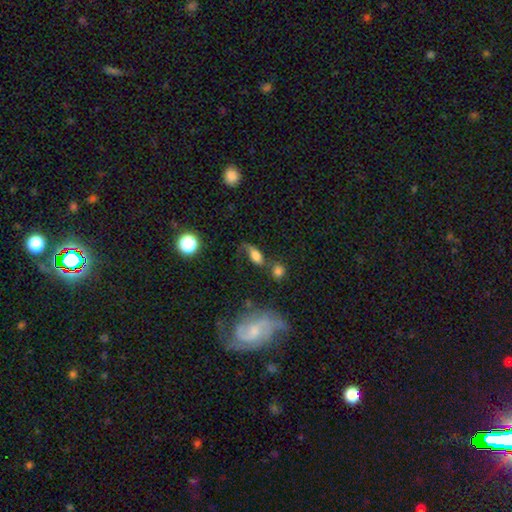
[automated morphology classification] Q: Smooth or featured?
A: smooth (61%); runner-up: featured or disk (28%)
Q: How rounded?
A: in between (76%); runner-up: cigar-shaped (13%)
Q: Merging?
A: none (40%); runner-up: minor disturbance (25%)